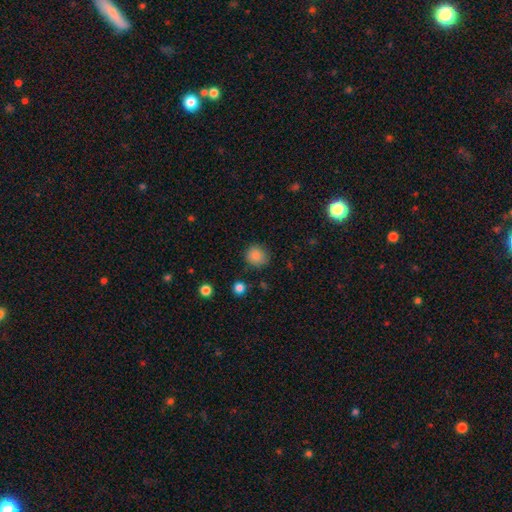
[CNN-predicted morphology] This appears to be a smooth galaxy with no disk features (85%) that is round (85%). Merging: none (82%).